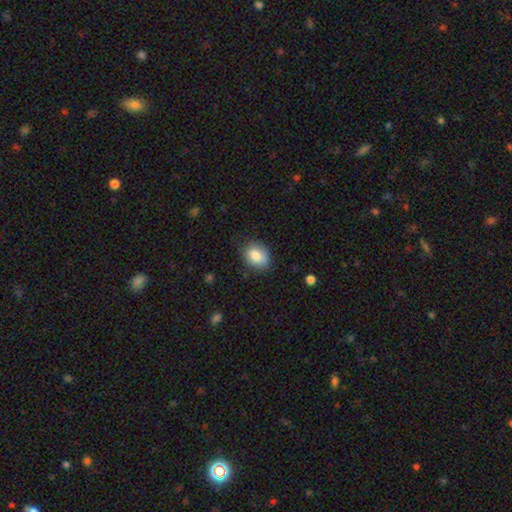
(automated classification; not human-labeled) This appears to be a smooth galaxy with no disk features (83%) that is in between round and cigar-shaped (64%). Merging: none (78%).